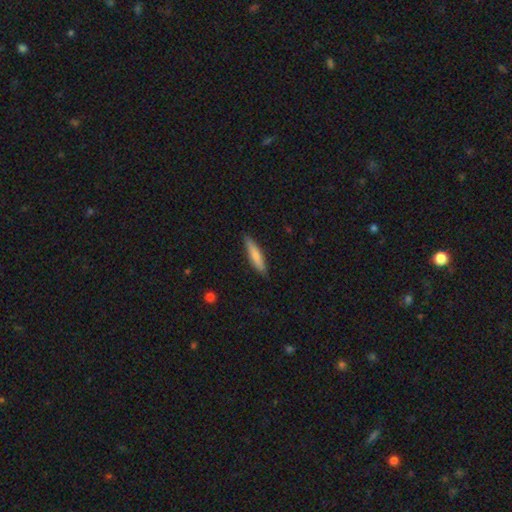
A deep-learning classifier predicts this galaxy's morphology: smooth_or_featured: smooth (p=0.73) [alt: featured or disk p=0.22]
how_rounded: cigar-shaped (p=0.86) [alt: in between p=0.13]
merging: none (p=0.86) [alt: minor disturbance p=0.11]